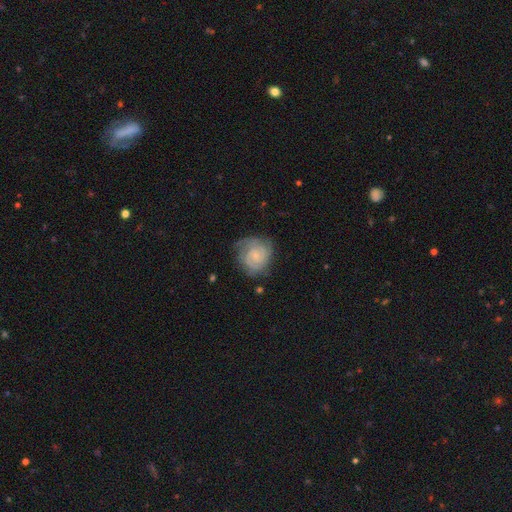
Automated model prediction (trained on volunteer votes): smooth-or-featured: featured or disk: 82% | smooth: 12% | star or artifact: 6%
  disk-edge-on: no: 98% | yes: 2%
    bar: no: 59% | weak: 36% | strong: 5%
    has-spiral-arms: yes: 97% | no: 3%
      spiral-winding: tight: 68% | medium: 27% | loose: 5%
      spiral-arm-count: 2: 48% | 3: 21% | can't tell: 18% | 4: 5% | 1: 4% | more than 4: 4%
    bulge-size: small: 66% | moderate: 17% | none: 15% | large: 1% | dominant: 1%
  merging: none: 71% | minor disturbance: 20% | major disturbance: 8% | merger: 1%